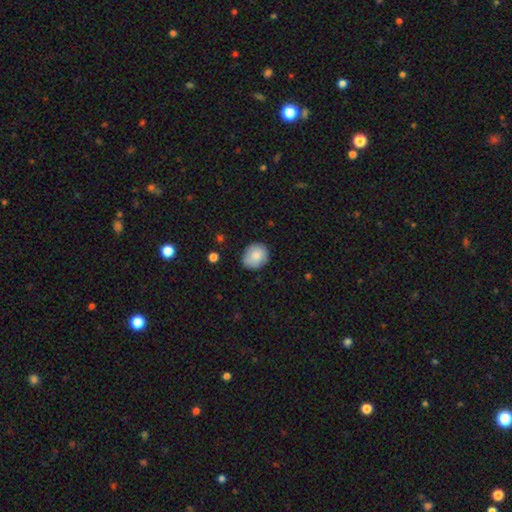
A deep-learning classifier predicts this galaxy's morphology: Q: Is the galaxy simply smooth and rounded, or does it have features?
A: smooth — 83%.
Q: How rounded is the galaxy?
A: round — 69%.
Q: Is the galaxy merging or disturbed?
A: none — 78%.